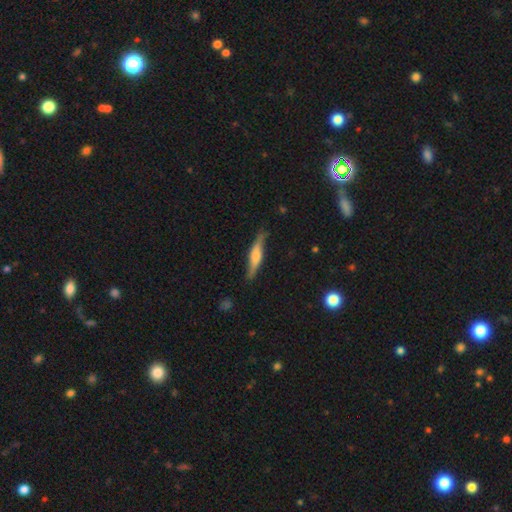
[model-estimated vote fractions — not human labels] This appears to be a featured or disk galaxy (54%) viewed edge-on (89%). Merging: none (80%).